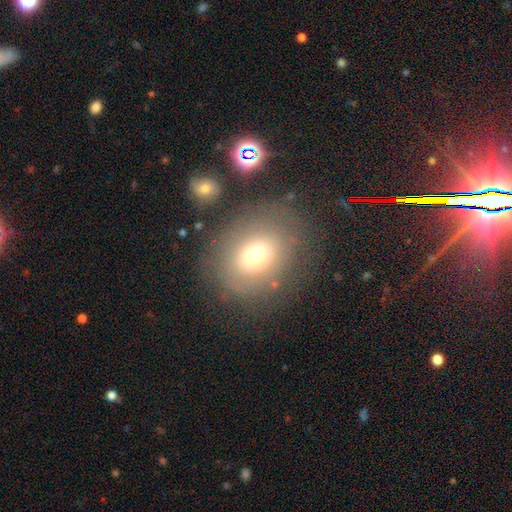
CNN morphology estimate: smooth-or-featured: smooth: 66% | featured or disk: 19% | star or artifact: 15%
  how-rounded: round: 64% | in between: 36% | cigar-shaped: 1%
  merging: none: 71% | minor disturbance: 15% | major disturbance: 8% | merger: 6%